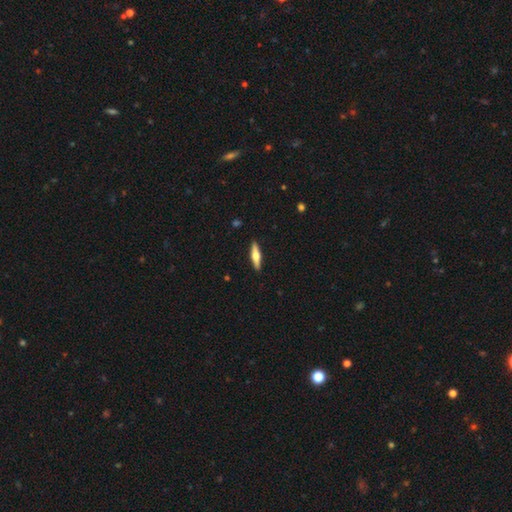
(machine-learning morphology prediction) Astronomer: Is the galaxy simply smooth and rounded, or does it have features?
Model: featured or disk — 51% (runner-up: smooth, 43%).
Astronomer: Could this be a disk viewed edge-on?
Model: yes — 96%.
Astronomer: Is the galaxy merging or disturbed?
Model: none — 90%.